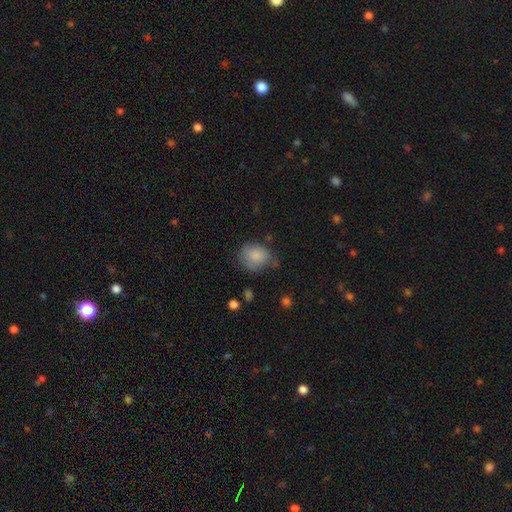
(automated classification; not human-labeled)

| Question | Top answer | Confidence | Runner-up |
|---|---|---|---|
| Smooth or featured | smooth | 81% | featured or disk (11%) |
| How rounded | round | 52% | in between (47%) |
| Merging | none | 53% | minor disturbance (32%) |